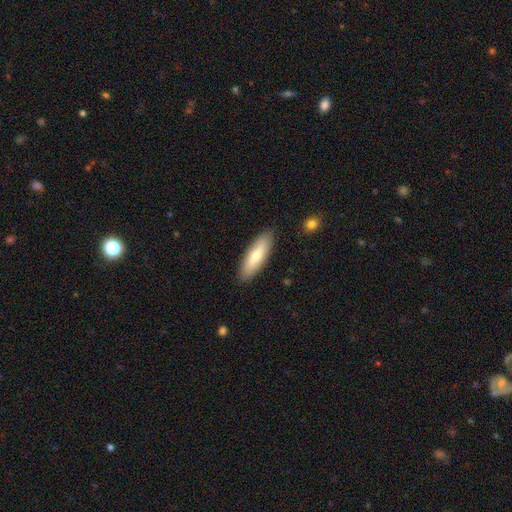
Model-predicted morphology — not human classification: Smooth or featured? Predicted: smooth (p=0.69). How rounded? Predicted: cigar-shaped (p=0.49, tied with in between). Merging? Predicted: none (p=0.88).